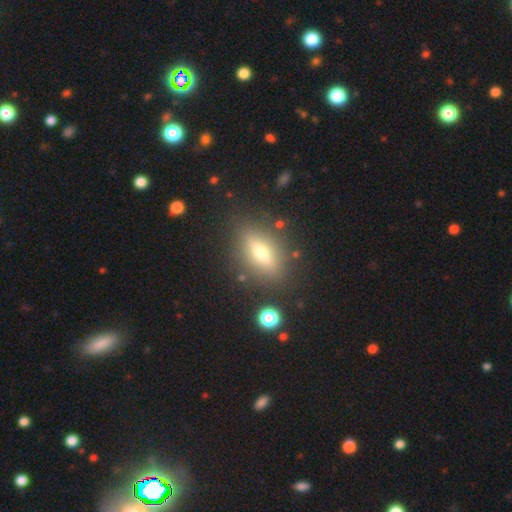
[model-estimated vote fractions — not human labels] Smooth or featured: smooth — 48% (featured or disk — 35%)
Merging: none — 85% (minor disturbance — 9%)